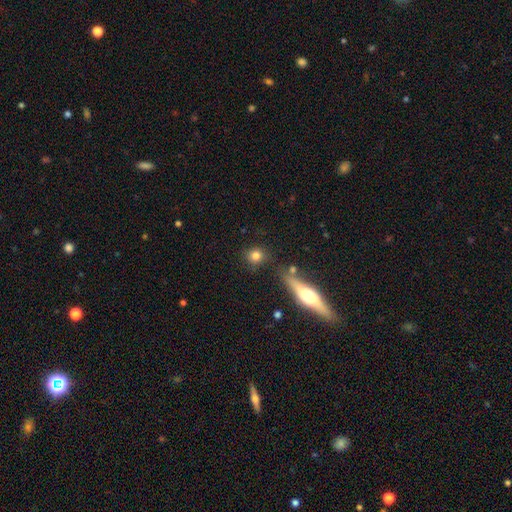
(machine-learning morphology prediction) smooth 79%, featured or disk 11%, star or artifact 10%. Down the decision tree: how rounded — round (86%); merging — none (80%).